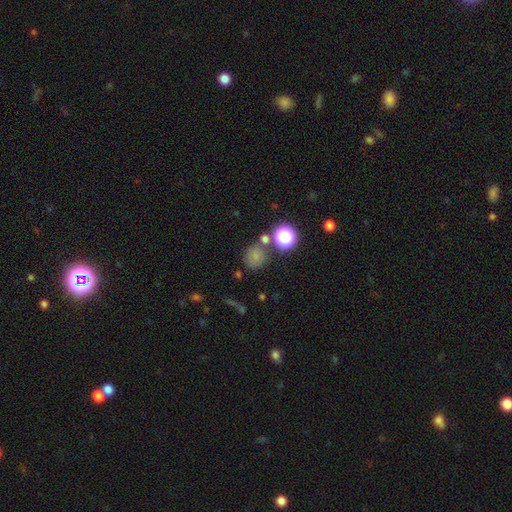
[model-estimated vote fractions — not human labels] This appears to be a smooth galaxy with no disk features (72%) that is round (83%). Merging: none (67%).